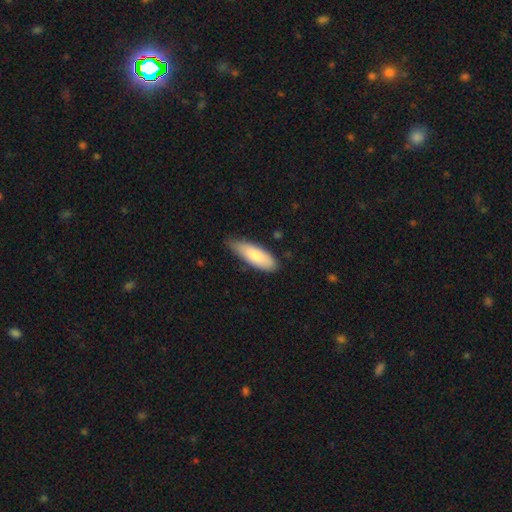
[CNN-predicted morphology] This is clearly a smooth galaxy (81%). How rounded: likely in between (64%). Merging: likely none (64%).